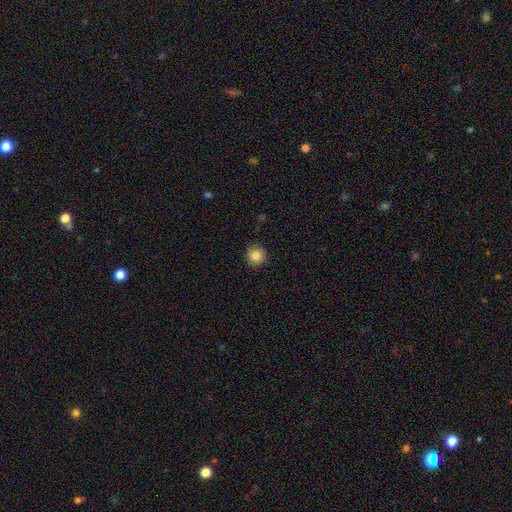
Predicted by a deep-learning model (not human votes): This is clearly a smooth galaxy (84%). How rounded: clearly round (94%). Merging: clearly none (89%).